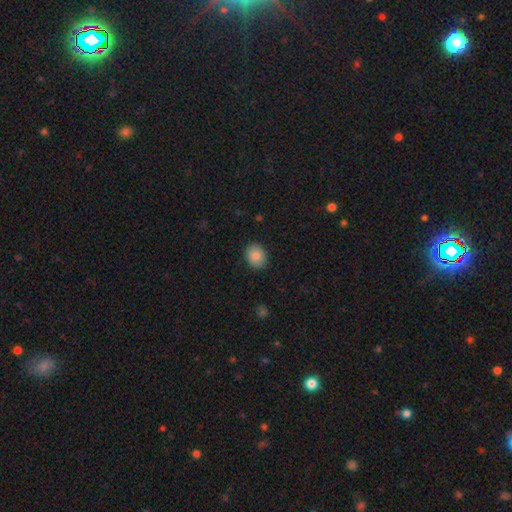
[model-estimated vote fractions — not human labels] Smooth or featured? Predicted: smooth (p=0.85). How rounded? Predicted: round (p=0.50). Merging? Predicted: none (p=0.88).